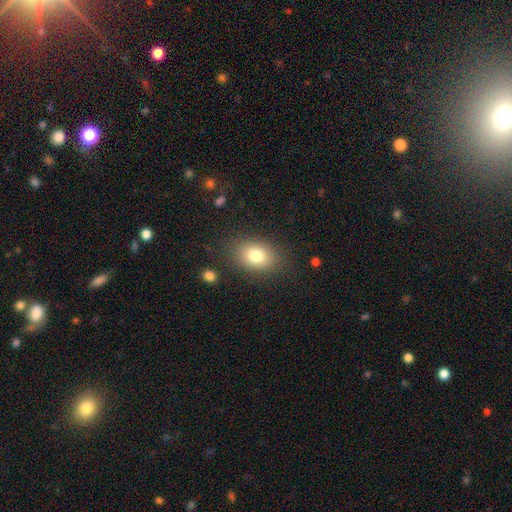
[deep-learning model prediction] Smooth or featured?
  - smooth: 79% *
  - featured or disk: 11%
  - star or artifact: 10%
How rounded?
  - in between: 74% *
  - round: 25%
  - cigar-shaped: 1%
Merging?
  - none: 83% *
  - minor disturbance: 11%
  - major disturbance: 4%
  - merger: 2%